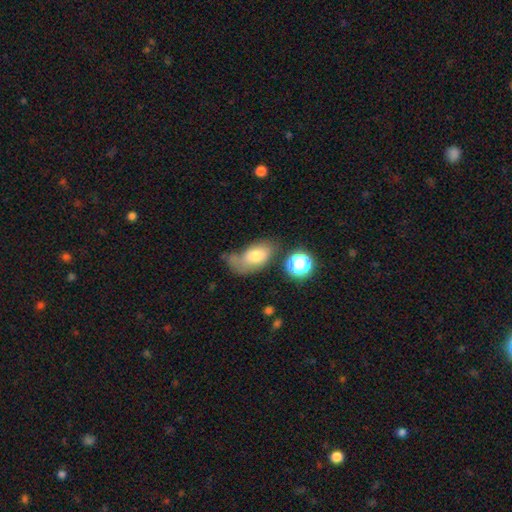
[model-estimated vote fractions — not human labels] Smooth or featured: smooth — 73% (featured or disk — 18%)
How rounded: in between — 88% (round — 10%)
Merging: none — 35% (minor disturbance — 30%)